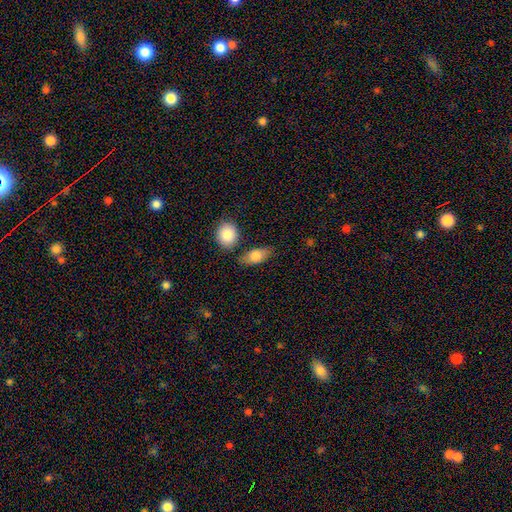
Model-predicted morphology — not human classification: Smooth or featured?
  - smooth: 81% *
  - featured or disk: 12%
  - star or artifact: 6%
How rounded?
  - in between: 84% *
  - round: 9%
  - cigar-shaped: 7%
Merging?
  - none: 69% *
  - minor disturbance: 17%
  - merger: 10%
  - major disturbance: 5%